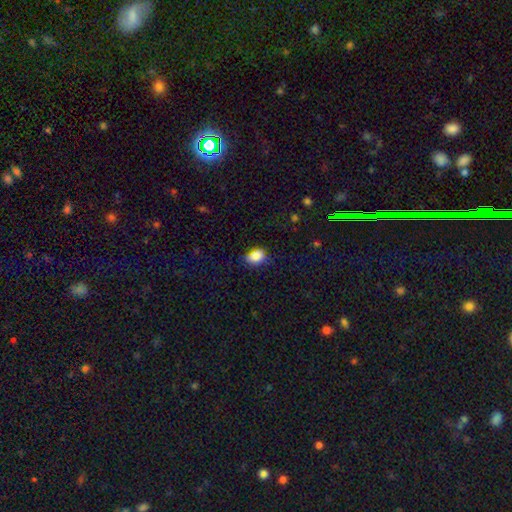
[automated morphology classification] Q: Smooth or featured?
A: smooth (83%); runner-up: star or artifact (11%)
Q: How rounded?
A: in between (68%); runner-up: round (31%)
Q: Merging?
A: none (61%); runner-up: minor disturbance (28%)